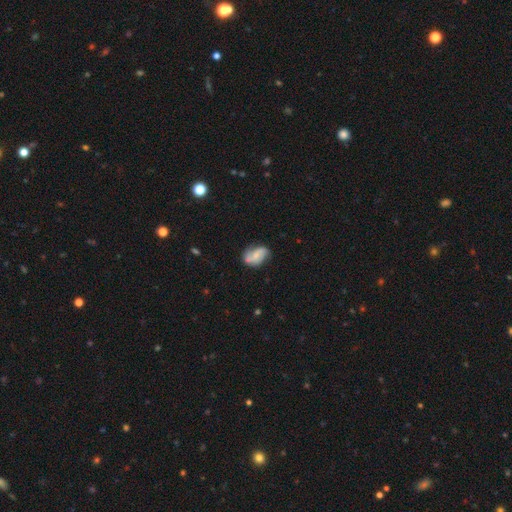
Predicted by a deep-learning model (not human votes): This appears to be a featured or disk galaxy (52%). Merging: none (62%).